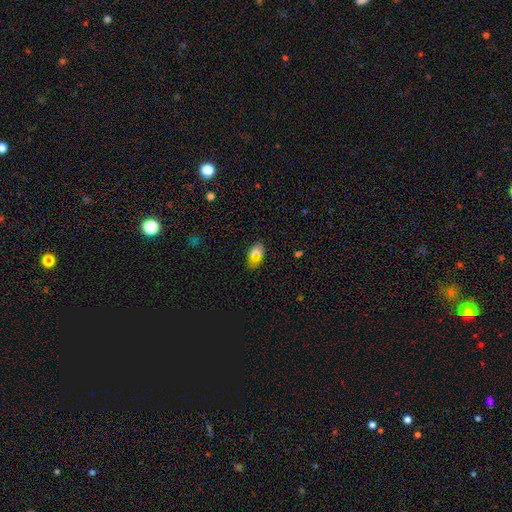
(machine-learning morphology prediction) This appears to be a smooth galaxy with no disk features (72%) that is in between round and cigar-shaped (90%). Merging: none (82%).